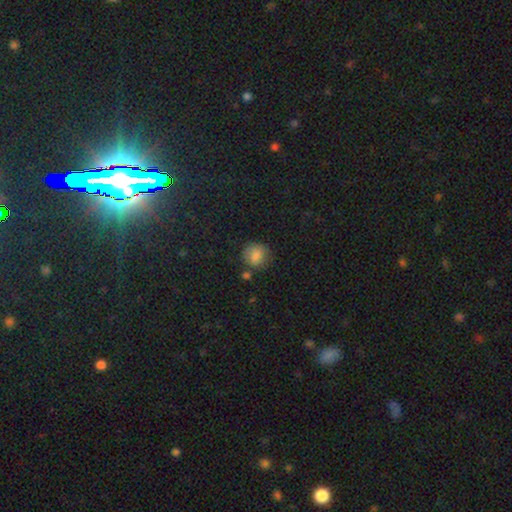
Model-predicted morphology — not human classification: Smooth or featured?
  - smooth: 81% *
  - star or artifact: 11%
  - featured or disk: 8%
How rounded?
  - round: 81% *
  - in between: 18%
  - cigar-shaped: 1%
Merging?
  - none: 71% *
  - minor disturbance: 18%
  - merger: 6%
  - major disturbance: 5%